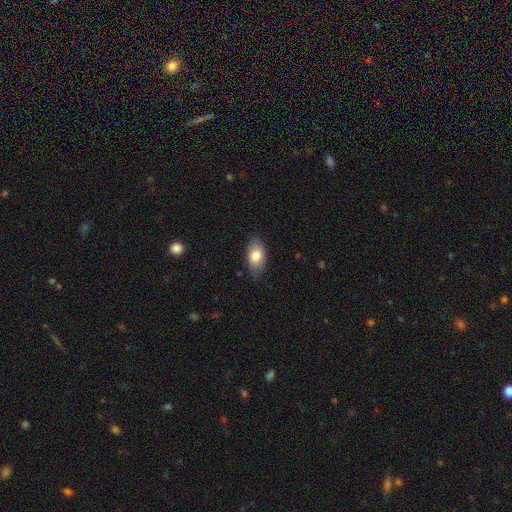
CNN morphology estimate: Smooth or featured? smooth (80%)
How rounded? in between (92%)
Merging? none (80%)